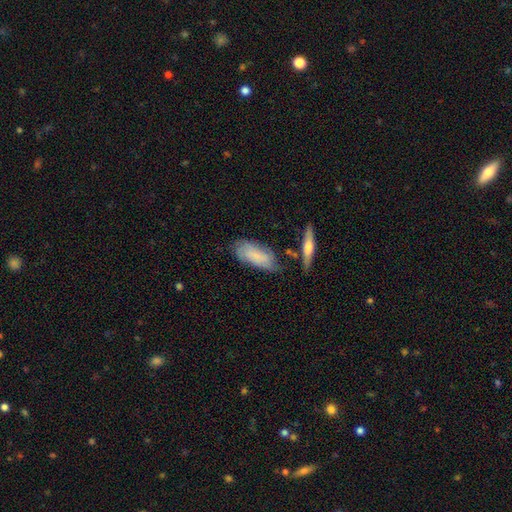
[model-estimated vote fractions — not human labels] Smooth or featured? smooth (64%)
How rounded? in between (80%)
Merging? none (63%)